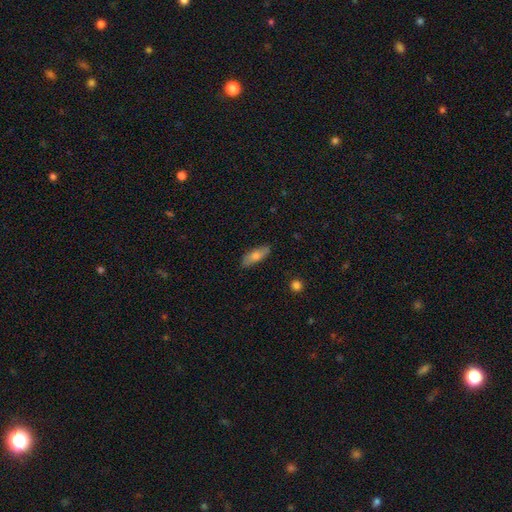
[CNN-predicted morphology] type=smooth (69%); roundness=in between (59%); merging=none (82%).